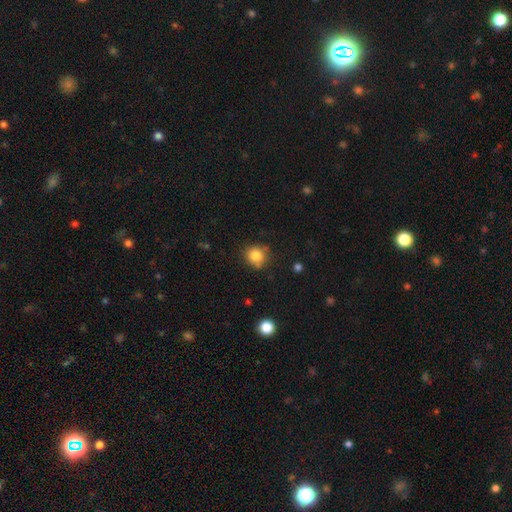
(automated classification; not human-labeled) Smooth or featured?
  - smooth: 84% *
  - star or artifact: 11%
  - featured or disk: 6%
How rounded?
  - round: 86% *
  - in between: 13%
  - cigar-shaped: 1%
Merging?
  - none: 75% *
  - minor disturbance: 17%
  - merger: 4%
  - major disturbance: 4%